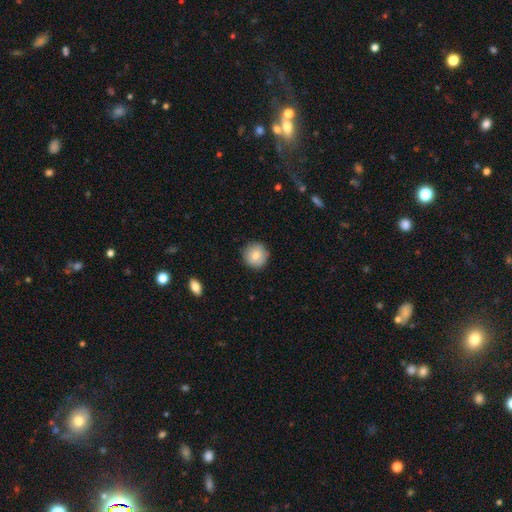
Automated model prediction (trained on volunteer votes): Smooth or featured: smooth — 80% (featured or disk — 12%)
How rounded: round — 94% (in between — 5%)
Merging: none — 88% (minor disturbance — 9%)